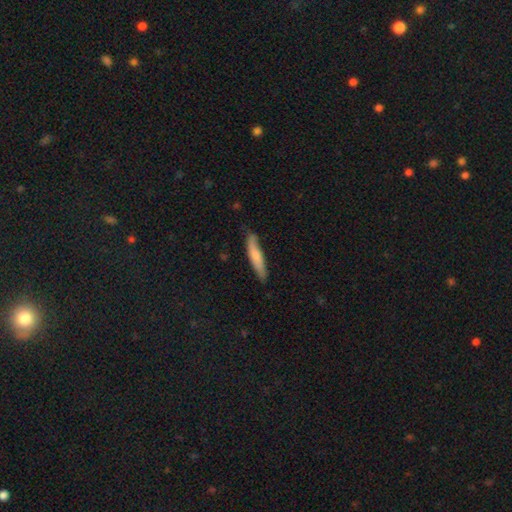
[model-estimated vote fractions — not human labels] The model was most divided on "smooth or featured": smooth: 70%, featured or disk: 25%, star or artifact: 5%. More confident: how rounded — cigar-shaped (87%); merging — none (76%).